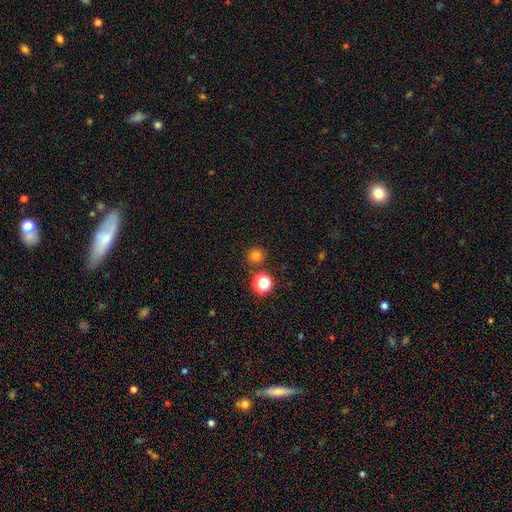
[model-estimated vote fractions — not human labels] A smooth galaxy with no disk features (77%) that is round (93%). Merging: none (84%).